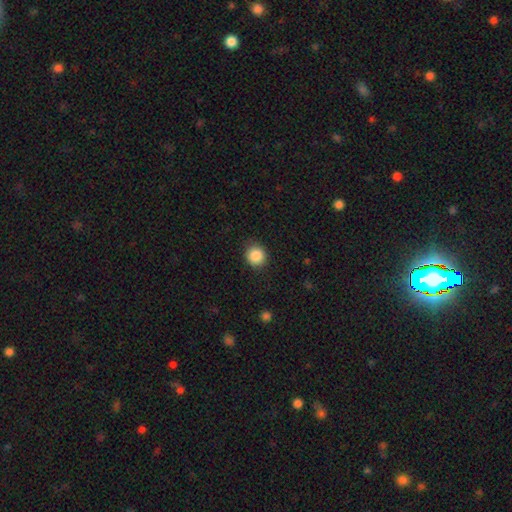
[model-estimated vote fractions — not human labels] Q: Smooth or featured?
A: smooth (88%); runner-up: star or artifact (9%)
Q: How rounded?
A: round (88%); runner-up: in between (11%)
Q: Merging?
A: none (87%); runner-up: minor disturbance (9%)